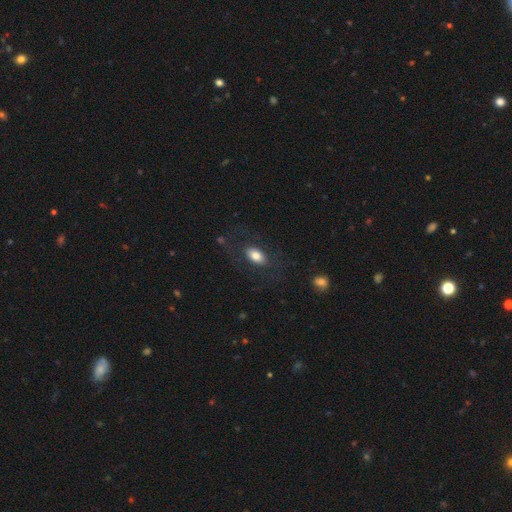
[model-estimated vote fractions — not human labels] Morphology: type=smooth (78%); roundness=in between (91%); merging=none (76%).